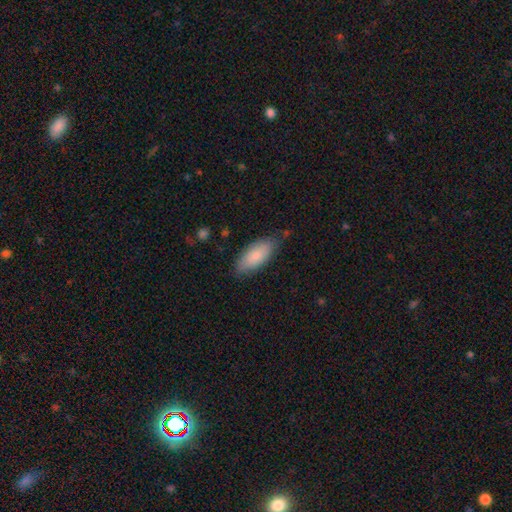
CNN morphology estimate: Smooth or featured? smooth (83%)
How rounded? in between (86%)
Merging? none (75%)